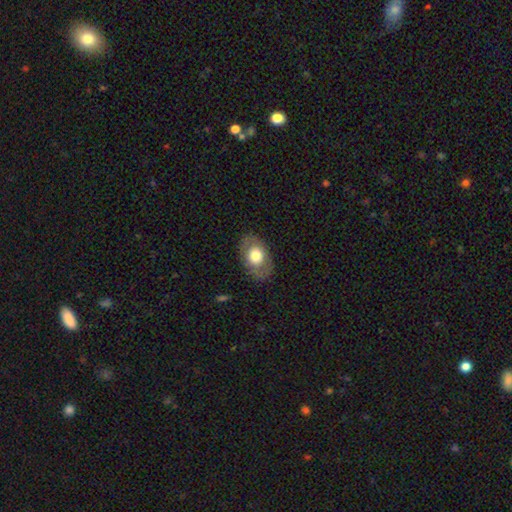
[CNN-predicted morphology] Smooth or featured?
  - smooth: 66% *
  - featured or disk: 28%
  - star or artifact: 7%
How rounded?
  - in between: 81% *
  - round: 18%
  - cigar-shaped: 1%
Merging?
  - none: 82% *
  - minor disturbance: 12%
  - major disturbance: 5%
  - merger: 1%